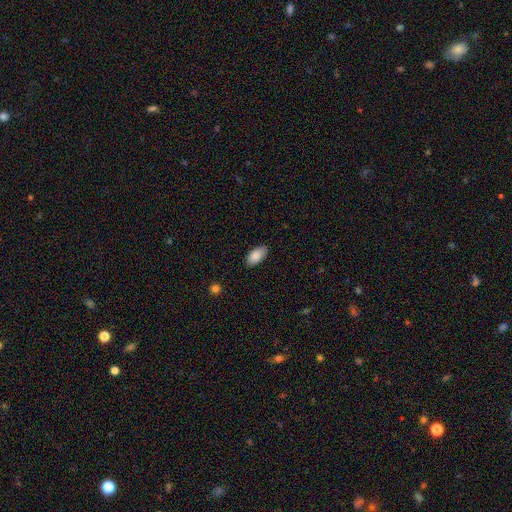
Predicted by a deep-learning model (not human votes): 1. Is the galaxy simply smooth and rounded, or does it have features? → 88% smooth, 7% star or artifact, 6% featured or disk.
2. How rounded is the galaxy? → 94% in between, 4% cigar-shaped, 2% round.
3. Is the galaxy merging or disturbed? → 86% none, 11% minor disturbance, 2% major disturbance, 1% merger.